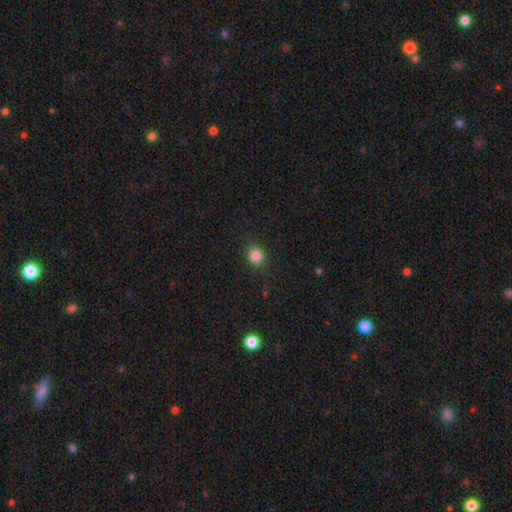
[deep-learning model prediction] Smooth or featured: smooth — 83% (star or artifact — 12%)
How rounded: round — 78% (in between — 21%)
Merging: none — 83% (minor disturbance — 12%)